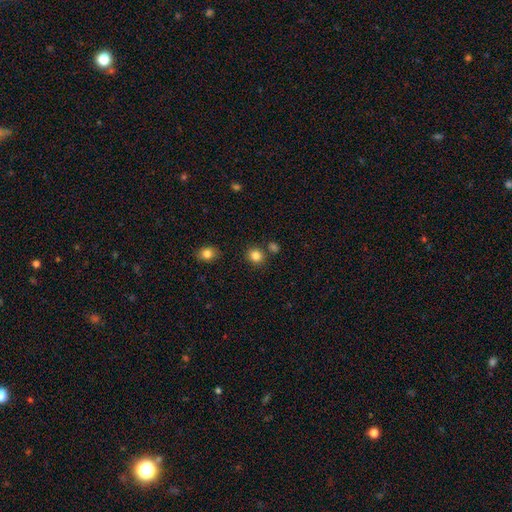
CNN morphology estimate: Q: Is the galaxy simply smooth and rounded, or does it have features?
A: smooth — 84%.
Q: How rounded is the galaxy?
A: round — 81%.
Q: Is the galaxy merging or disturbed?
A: none — 82%.